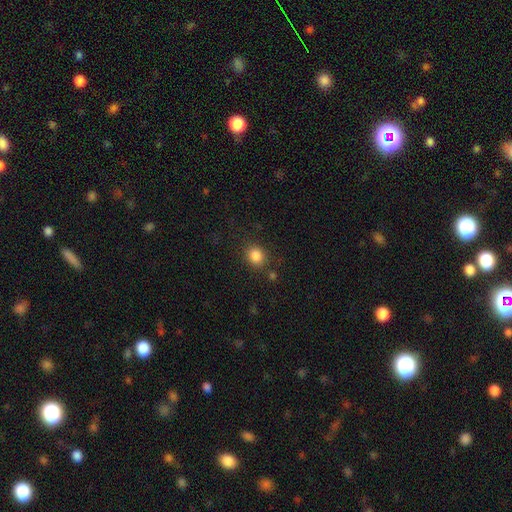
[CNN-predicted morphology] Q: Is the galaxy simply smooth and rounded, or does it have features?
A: smooth — 84%.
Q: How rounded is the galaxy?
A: round — 74%.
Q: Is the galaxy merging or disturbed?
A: none — 82%.